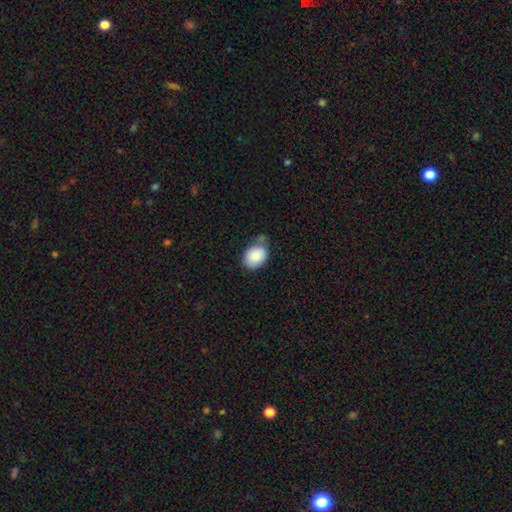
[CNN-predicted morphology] Q: Smooth or featured?
A: smooth (88%); runner-up: star or artifact (7%)
Q: How rounded?
A: in between (70%); runner-up: round (29%)
Q: Merging?
A: none (51%); runner-up: minor disturbance (30%)